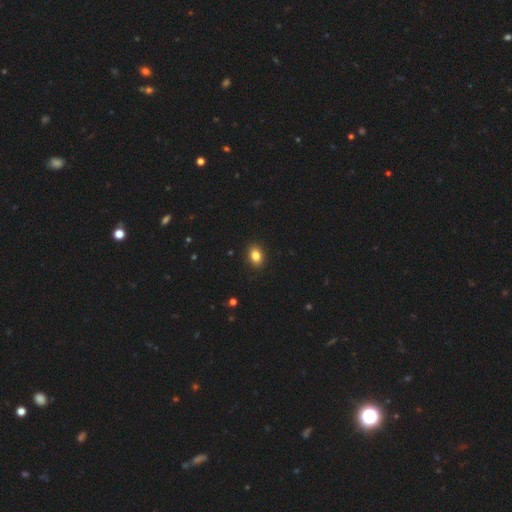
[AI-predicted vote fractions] Smooth or featured? smooth (84%)
How rounded? in between (74%)
Merging? none (90%)